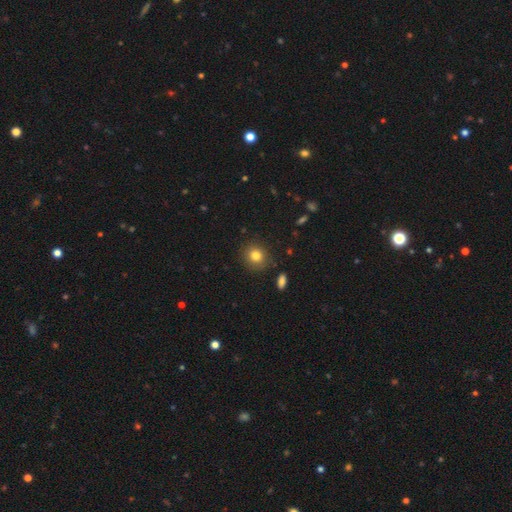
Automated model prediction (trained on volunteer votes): smooth_or_featured: smooth (p=0.81) [alt: star or artifact p=0.11]
how_rounded: round (p=0.85) [alt: in between p=0.14]
merging: none (p=0.87) [alt: minor disturbance p=0.09]